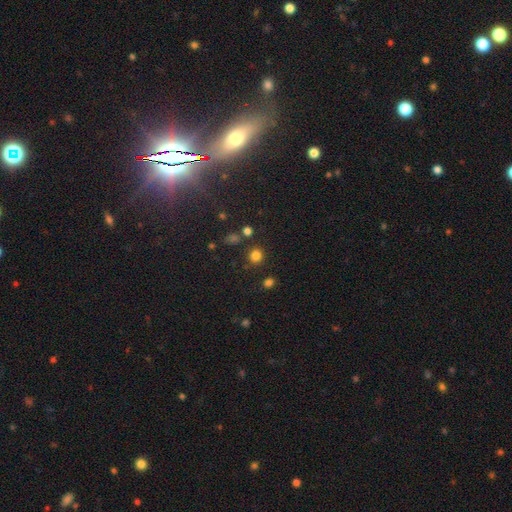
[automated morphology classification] A smooth galaxy with no disk features (80%) that is round (85%). Merging: none (84%).